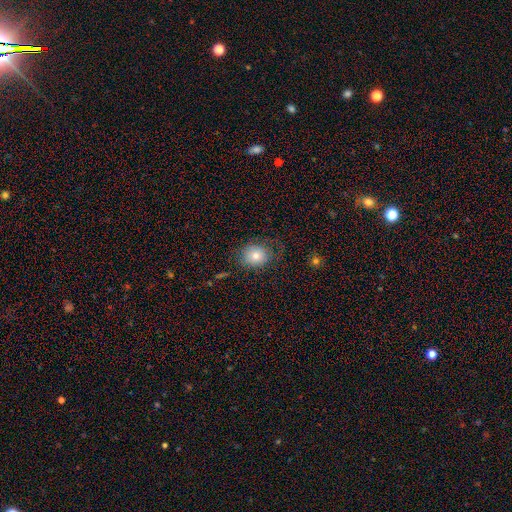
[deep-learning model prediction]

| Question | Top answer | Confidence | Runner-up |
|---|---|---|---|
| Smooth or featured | smooth | 75% | featured or disk (14%) |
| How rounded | round | 70% | in between (30%) |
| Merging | none | 69% | minor disturbance (19%) |